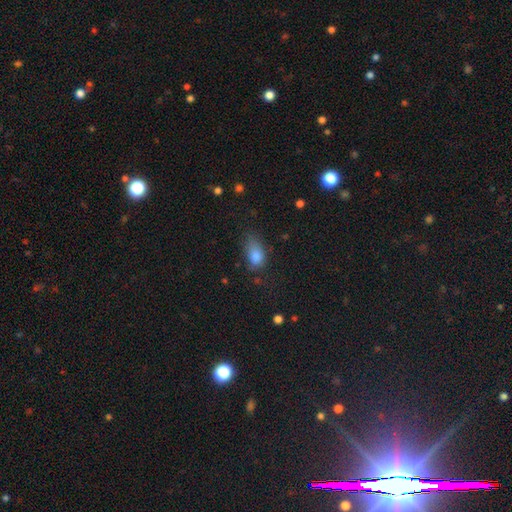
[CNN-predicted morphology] smooth 82%, star or artifact 10%, featured or disk 8%. Down the decision tree: how rounded — in between (88%); merging — none (46%).